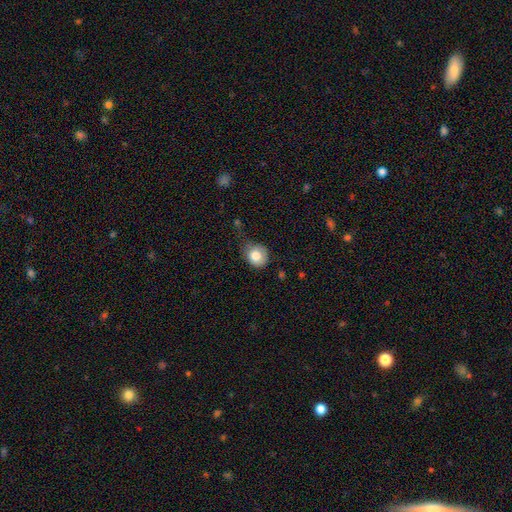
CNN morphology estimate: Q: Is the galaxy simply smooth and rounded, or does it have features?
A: smooth — 80%.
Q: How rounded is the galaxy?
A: round — 78%.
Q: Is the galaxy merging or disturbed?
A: none — 49%.